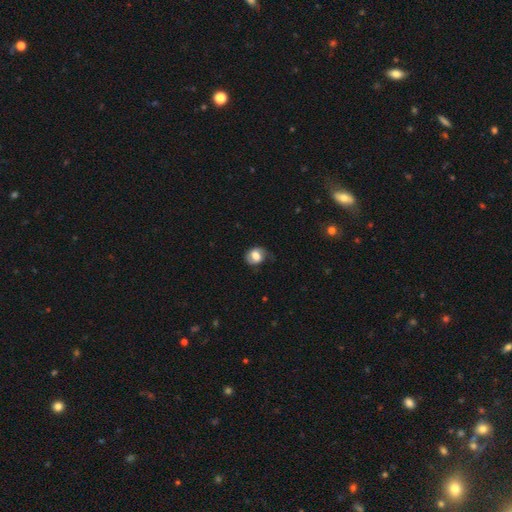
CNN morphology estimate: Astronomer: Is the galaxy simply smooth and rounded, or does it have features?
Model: smooth — 64%.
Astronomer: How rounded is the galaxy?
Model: round — 54% (runner-up: in between, 45%).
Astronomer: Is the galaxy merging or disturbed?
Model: none — 54% (runner-up: minor disturbance, 31%).